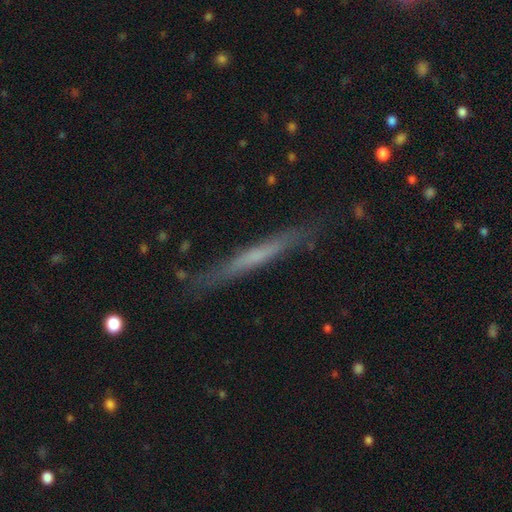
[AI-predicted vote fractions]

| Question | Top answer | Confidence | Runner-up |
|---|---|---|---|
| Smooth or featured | smooth | 47% | featured or disk (46%) |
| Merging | none | 84% | minor disturbance (12%) |